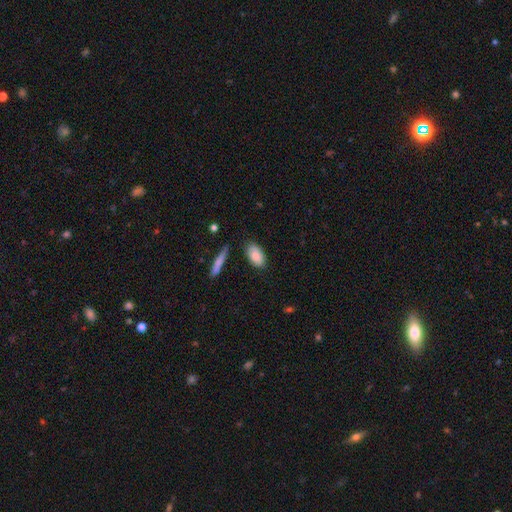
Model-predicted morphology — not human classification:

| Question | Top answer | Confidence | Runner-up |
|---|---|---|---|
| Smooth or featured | smooth | 84% | featured or disk (9%) |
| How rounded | in between | 91% | cigar-shaped (6%) |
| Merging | none | 79% | minor disturbance (15%) |